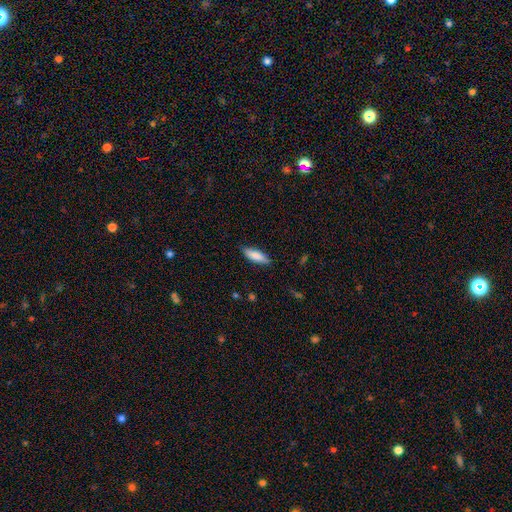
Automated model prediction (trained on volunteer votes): Smooth or featured? smooth (84%)
How rounded? in between (55%)
Merging? none (85%)